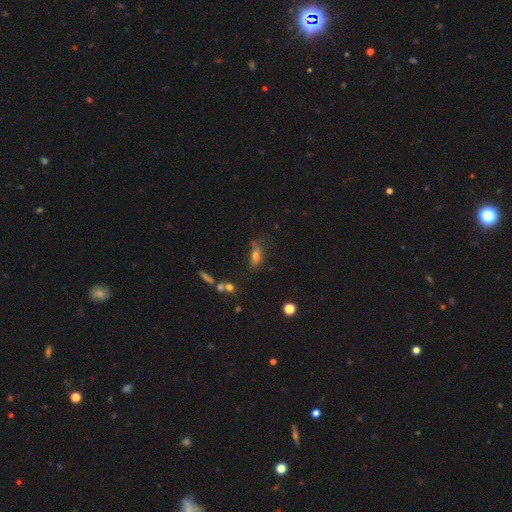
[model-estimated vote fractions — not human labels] Smooth or featured: smooth — 64% (featured or disk — 20%)
How rounded: in between — 67% (cigar-shaped — 26%)
Merging: none — 60% (minor disturbance — 21%)